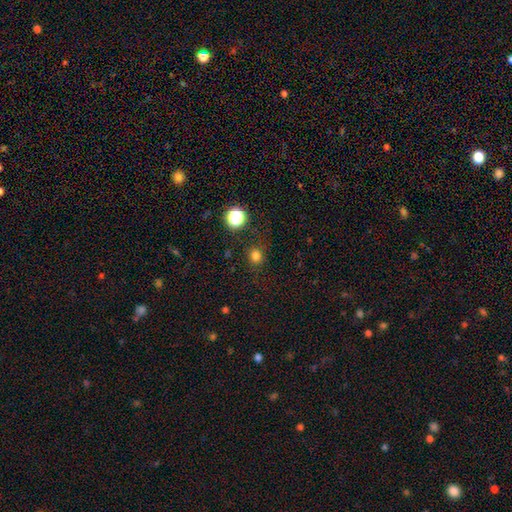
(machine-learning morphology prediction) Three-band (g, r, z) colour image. It shows a smooth galaxy with no disk features (79%) that is round (83%). Merging: none (85%).